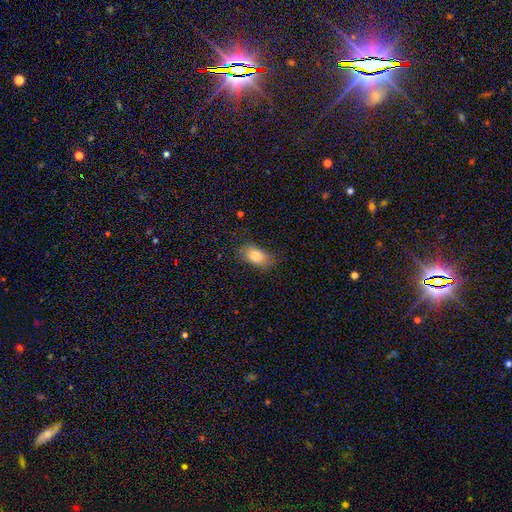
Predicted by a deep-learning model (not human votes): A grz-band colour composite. It shows a smooth galaxy with no disk features (84%) that is in between round and cigar-shaped (87%). Merging: none (74%).